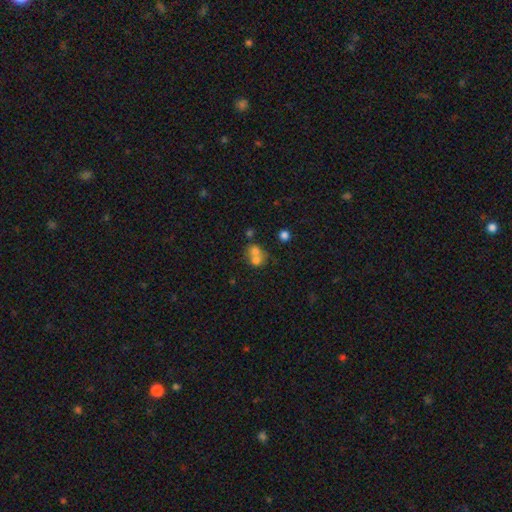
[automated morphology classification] Smooth or featured: smooth — 68% (featured or disk — 19%)
How rounded: round — 70% (in between — 29%)
Merging: merger — 63% (none — 27%)